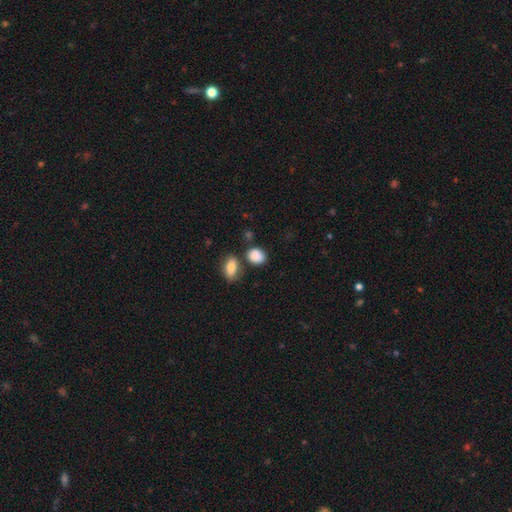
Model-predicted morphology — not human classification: Smooth or featured? smooth (87%)
How rounded? in between (54%)
Merging? none (69%)